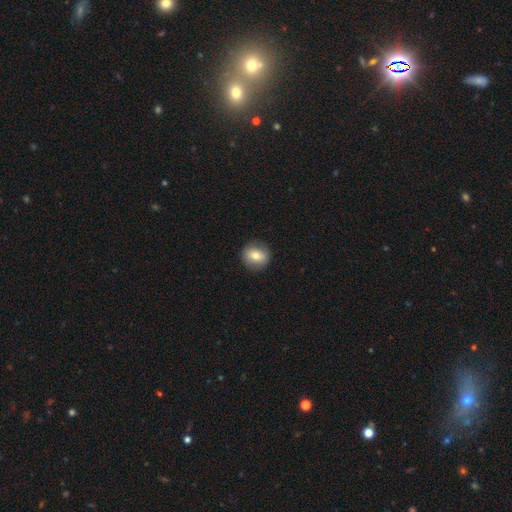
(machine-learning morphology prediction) This appears to be a smooth galaxy with no disk features (70%) that is round (85%). Merging: none (89%).